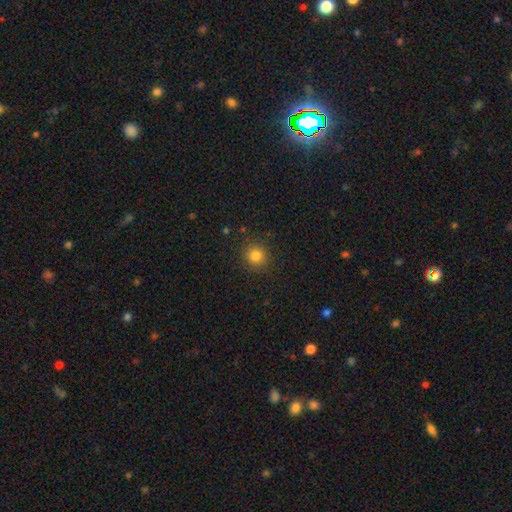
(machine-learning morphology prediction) Smooth or featured: smooth — 83% (star or artifact — 12%)
How rounded: round — 88% (in between — 11%)
Merging: none — 88% (minor disturbance — 8%)